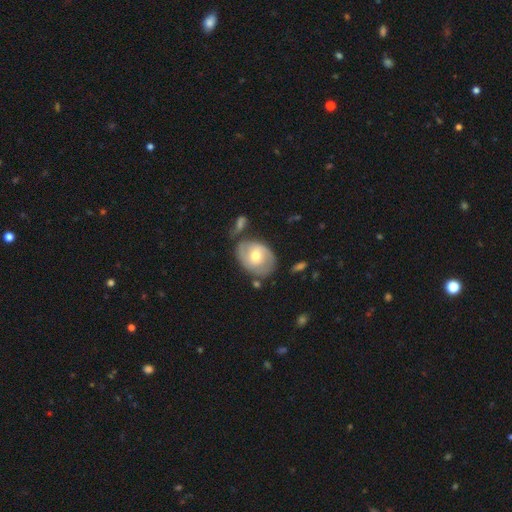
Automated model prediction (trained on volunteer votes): featured or disk 56%, smooth 38%, star or artifact 6%. Down the decision tree: edge-on disk — no (95%); bar — no (49%); spiral arms — yes (67%); bulge size — moderate (69%); merging — none (60%).